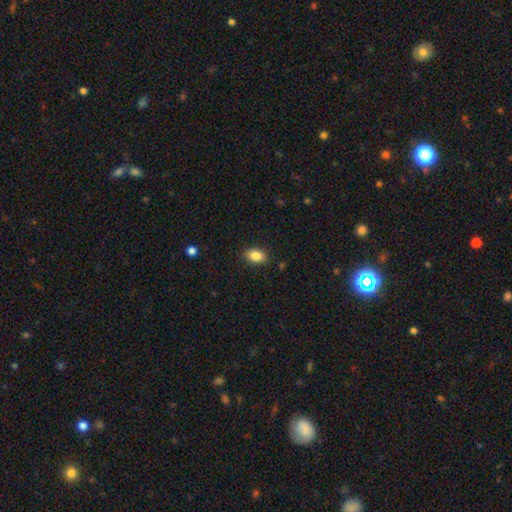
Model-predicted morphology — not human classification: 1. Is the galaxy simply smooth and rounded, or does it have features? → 85% smooth, 8% star or artifact, 6% featured or disk.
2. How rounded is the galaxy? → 88% in between, 10% round, 2% cigar-shaped.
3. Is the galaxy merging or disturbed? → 87% none, 9% minor disturbance, 2% major disturbance, 1% merger.